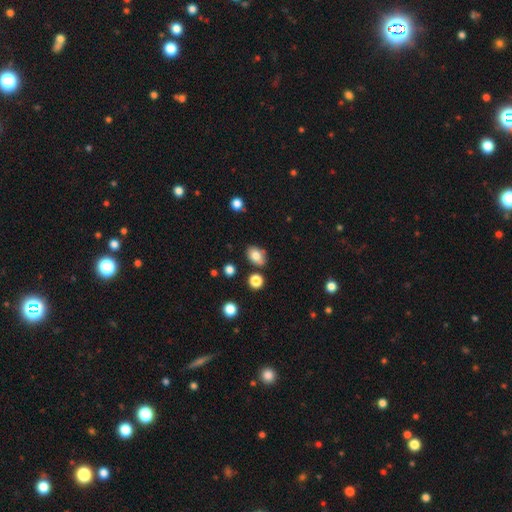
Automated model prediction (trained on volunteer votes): A smooth galaxy with no disk features (81%) that is in between round and cigar-shaped (76%). Merging: none (75%).